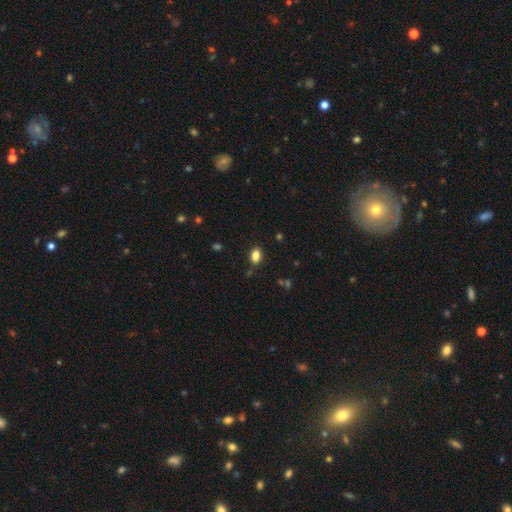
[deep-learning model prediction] Overall: smooth (84%). How rounded: in between (87%). Merging: none (83%).